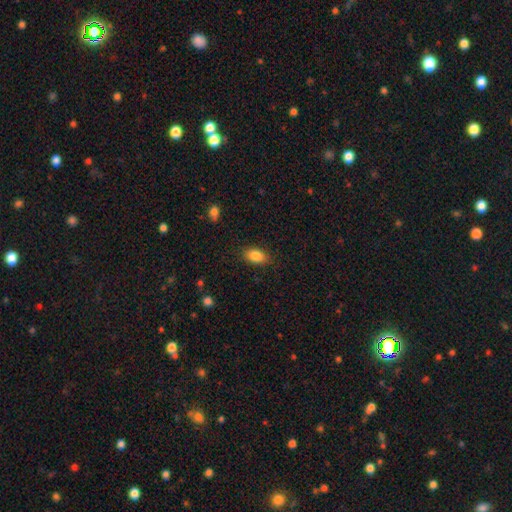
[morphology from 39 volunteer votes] Smooth or featured?
  - smooth: 95% *
  - star or artifact: 5%
  - featured or disk: 0%
How rounded?
  - in between: 86% *
  - round: 11%
  - cigar-shaped: 3%
Merging?
  - none: 89% *
  - minor disturbance: 8%
  - major disturbance: 3%
  - merger: 0%